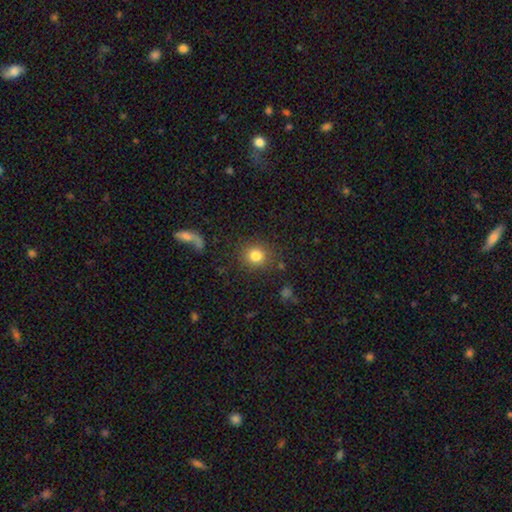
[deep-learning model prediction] smooth_or_featured: smooth (p=0.83) [alt: star or artifact p=0.11]
how_rounded: round (p=0.85) [alt: in between p=0.14]
merging: none (p=0.84) [alt: minor disturbance p=0.08]